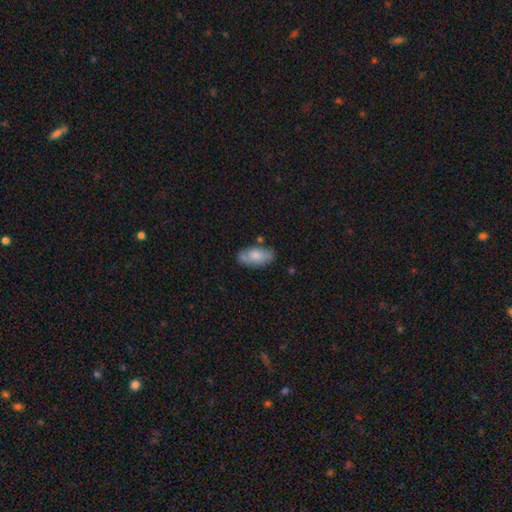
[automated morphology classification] smooth-or-featured: smooth: 71% | featured or disk: 23% | star or artifact: 6%
  how-rounded: in between: 92% | cigar-shaped: 5% | round: 3%
  merging: none: 71% | minor disturbance: 20% | major disturbance: 4% | merger: 4%